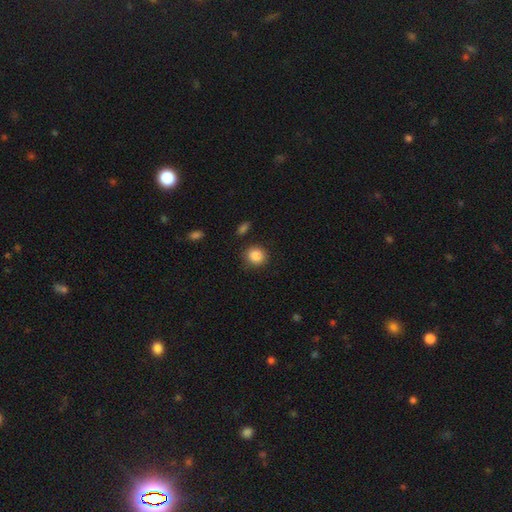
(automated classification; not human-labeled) smooth-or-featured: smooth: 87% | star or artifact: 9% | featured or disk: 4%
  how-rounded: round: 82% | in between: 17% | cigar-shaped: 1%
  merging: none: 84% | minor disturbance: 10% | major disturbance: 3% | merger: 2%